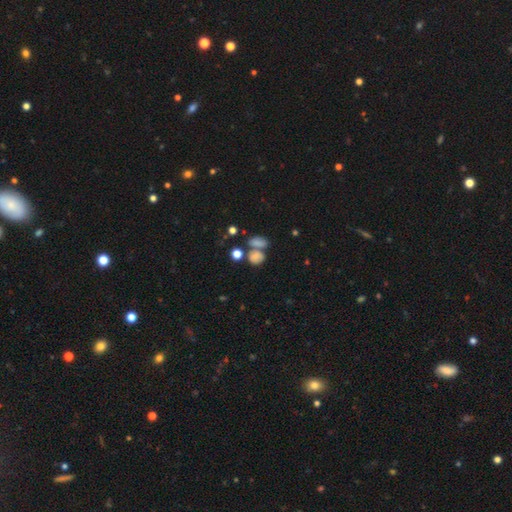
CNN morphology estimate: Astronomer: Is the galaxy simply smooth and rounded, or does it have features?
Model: smooth — 74%.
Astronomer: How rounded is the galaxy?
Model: round — 57% (runner-up: in between, 41%).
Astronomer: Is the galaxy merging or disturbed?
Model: merger — 42% (runner-up: none, 39%).